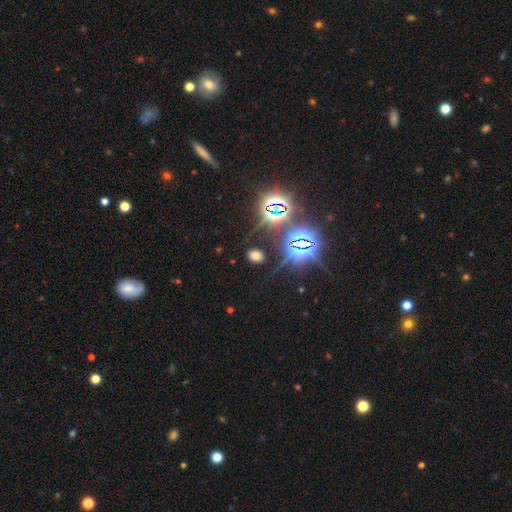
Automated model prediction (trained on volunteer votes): Overall: smooth (51%; star or artifact 41%). How rounded: in between (65%; round 33%). Merging: none (84%).